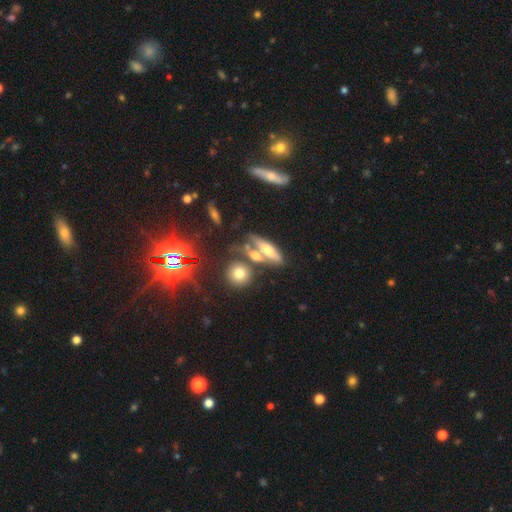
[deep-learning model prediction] Smooth or featured? smooth (52%)
How rounded? in between (53%)
Merging? none (42%)